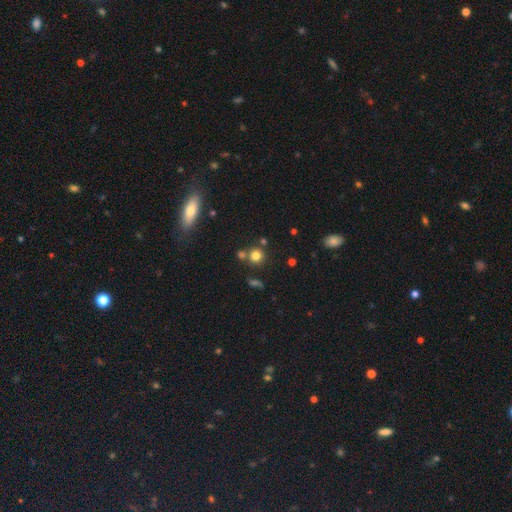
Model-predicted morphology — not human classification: This is likely a smooth galaxy (76%). How rounded: clearly round (90%). Merging: likely none (72%).